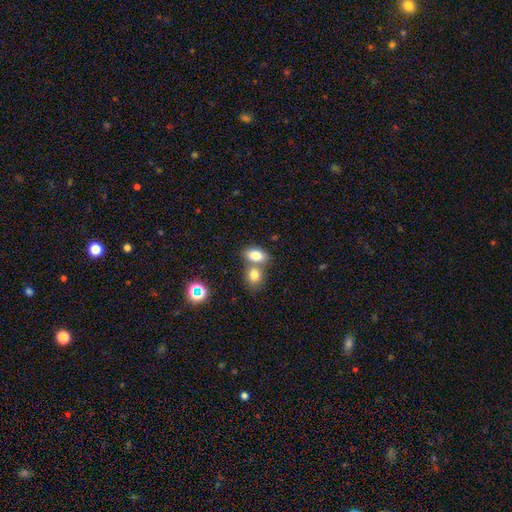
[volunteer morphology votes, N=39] Smooth or featured?
  - smooth: 74% *
  - featured or disk: 15%
  - star or artifact: 10%
How rounded?
  - in between: 86% *
  - round: 14%
  - cigar-shaped: 0%
Merging?
  - merger: 54% *
  - none: 34%
  - minor disturbance: 11%
  - major disturbance: 0%